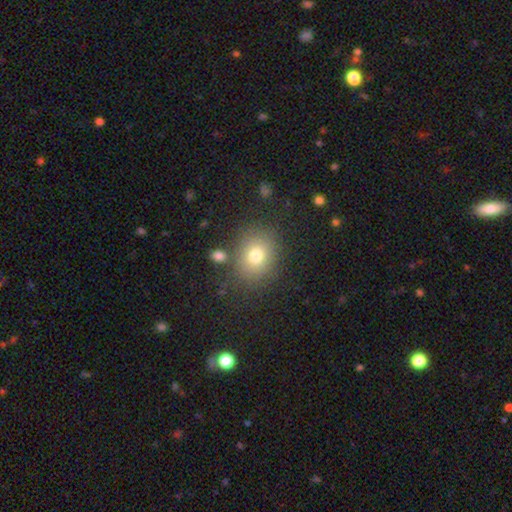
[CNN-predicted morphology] smooth_or_featured: smooth (p=0.76) [alt: star or artifact p=0.13]
how_rounded: round (p=0.55) [alt: in between p=0.44]
merging: none (p=0.81) [alt: minor disturbance p=0.10]